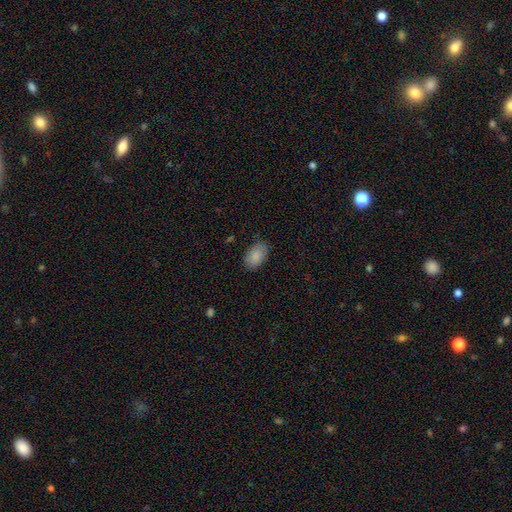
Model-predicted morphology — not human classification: Q: Smooth or featured?
A: smooth (88%); runner-up: star or artifact (7%)
Q: How rounded?
A: in between (91%); runner-up: round (7%)
Q: Merging?
A: none (84%); runner-up: minor disturbance (12%)